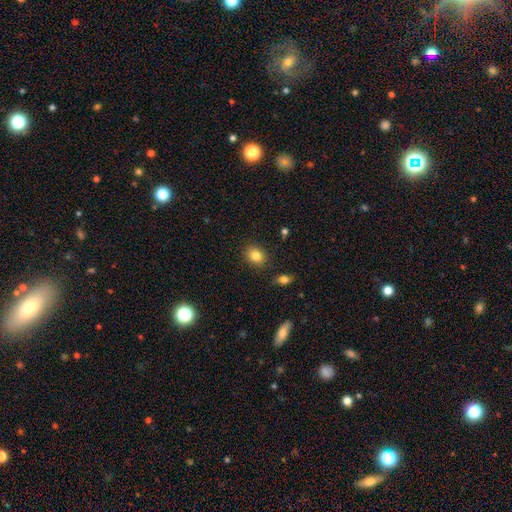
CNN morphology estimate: smooth 84%, star or artifact 10%, featured or disk 6%. Down the decision tree: how rounded — round (56%); merging — none (87%).